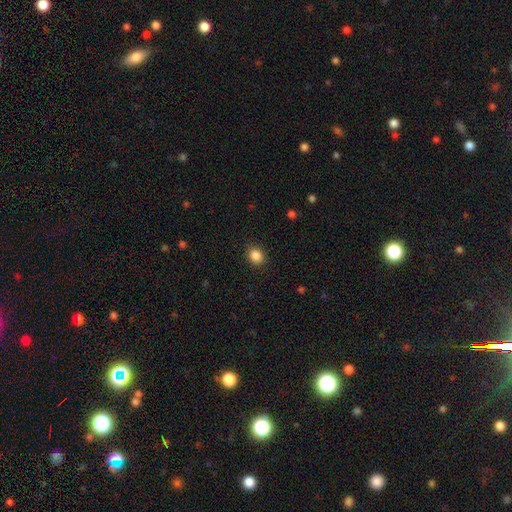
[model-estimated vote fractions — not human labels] Smooth or featured?
  - smooth: 87% *
  - star or artifact: 10%
  - featured or disk: 4%
How rounded?
  - round: 61% *
  - in between: 38%
  - cigar-shaped: 1%
Merging?
  - none: 89% *
  - minor disturbance: 8%
  - major disturbance: 2%
  - merger: 1%